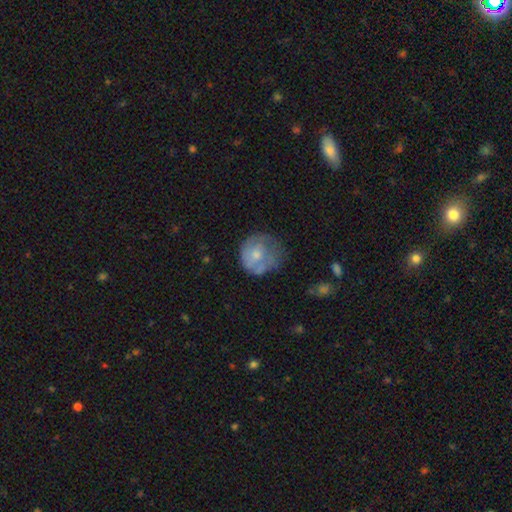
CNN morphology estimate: Smooth or featured? Predicted: smooth (p=0.50). Merging? Predicted: none (p=0.47).